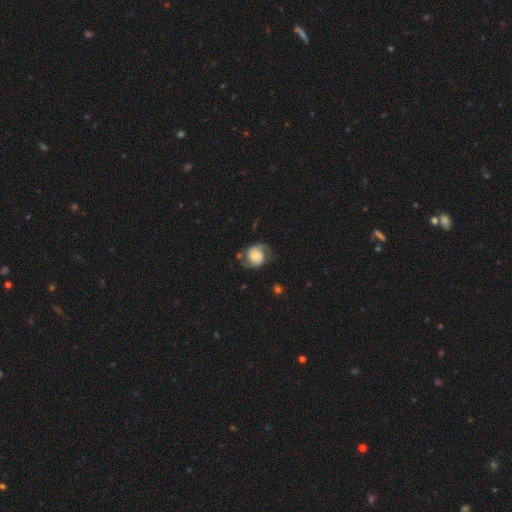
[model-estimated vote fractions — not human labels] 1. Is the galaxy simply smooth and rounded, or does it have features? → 77% featured or disk, 16% smooth, 7% star or artifact.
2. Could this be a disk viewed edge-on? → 98% no, 2% yes.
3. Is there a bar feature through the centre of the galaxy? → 64% no, 29% weak, 7% strong.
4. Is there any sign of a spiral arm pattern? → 95% yes, 5% no.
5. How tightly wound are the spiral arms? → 47% medium, 28% tight, 25% loose.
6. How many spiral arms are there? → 91% 2, 3% can't tell, 3% 1, 1% 3, 1% 4, 1% more than 4.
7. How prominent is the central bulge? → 39% small, 25% moderate, 19% none, 13% large, 5% dominant.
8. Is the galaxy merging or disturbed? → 69% none, 18% minor disturbance, 10% major disturbance, 2% merger.